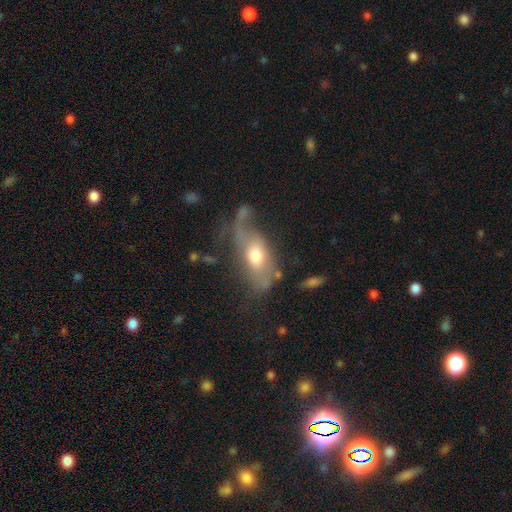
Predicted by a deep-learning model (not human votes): smooth_or_featured: smooth (p=0.47) [alt: featured or disk p=0.44]
merging: major disturbance (p=0.34) [alt: none p=0.32]